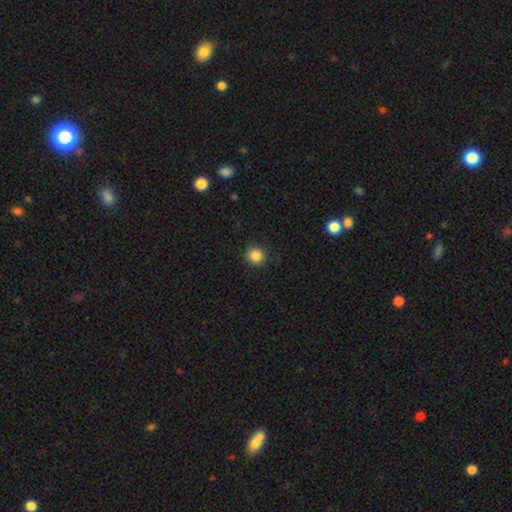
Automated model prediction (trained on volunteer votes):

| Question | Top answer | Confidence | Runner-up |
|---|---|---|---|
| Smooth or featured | smooth | 85% | star or artifact (11%) |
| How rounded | round | 91% | in between (8%) |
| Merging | none | 90% | minor disturbance (7%) |